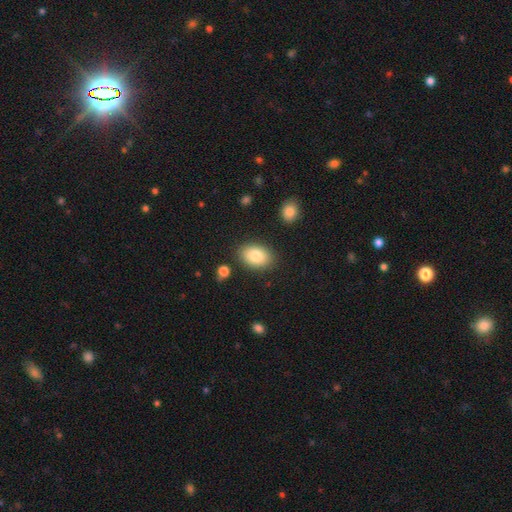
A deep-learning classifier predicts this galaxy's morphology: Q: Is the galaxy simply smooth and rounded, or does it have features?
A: smooth — 83%.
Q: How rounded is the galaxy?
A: in between — 83%.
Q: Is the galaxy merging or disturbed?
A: none — 85%.